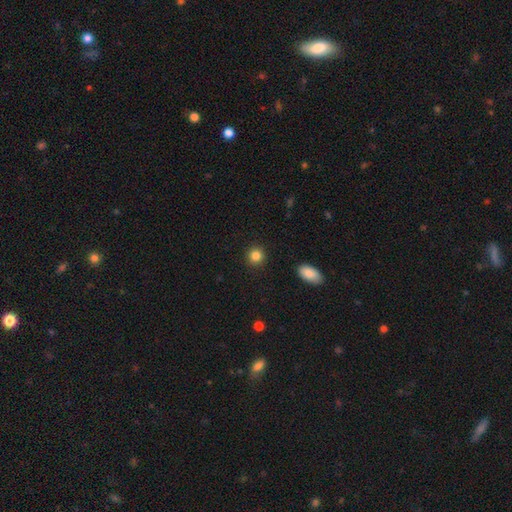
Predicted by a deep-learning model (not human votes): A smooth galaxy with no disk features (86%) that is round (90%).

Vote fractions:
- Smooth or featured? smooth: 86% / star or artifact: 10% / featured or disk: 4%
- How rounded? round: 90% / in between: 9% / cigar-shaped: 1%
- Merging? none: 92% / minor disturbance: 5% / major disturbance: 2% / merger: 1%